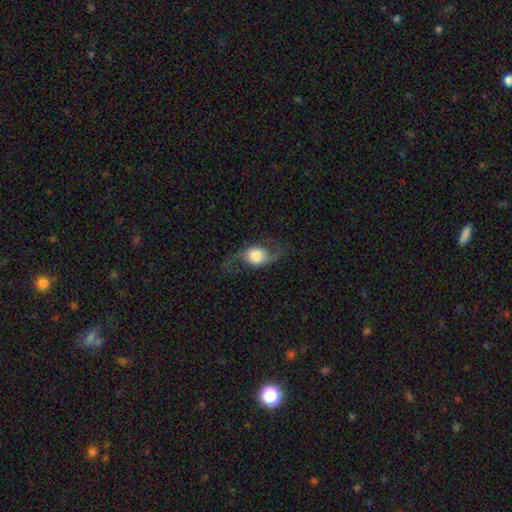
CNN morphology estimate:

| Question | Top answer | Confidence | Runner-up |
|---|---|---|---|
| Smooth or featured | featured or disk | 77% | smooth (17%) |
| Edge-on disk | no | 92% | yes (8%) |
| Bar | no | 70% | weak (23%) |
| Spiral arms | yes | 93% | no (7%) |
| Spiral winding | loose | 76% | medium (20%) |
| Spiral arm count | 2 | 93% | 1 (2%) |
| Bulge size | large | 45% | moderate (23%) |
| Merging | none | 70% | minor disturbance (16%) |